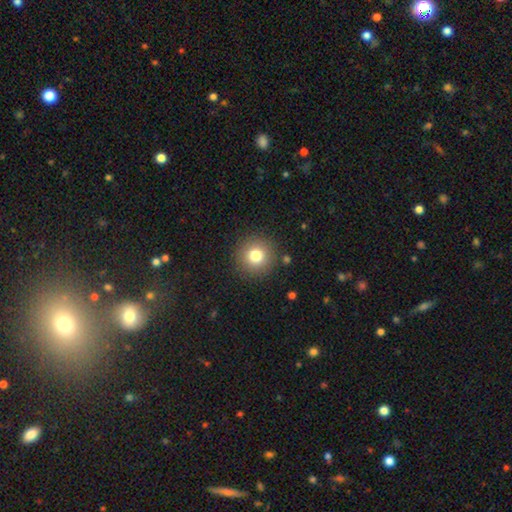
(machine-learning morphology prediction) smooth-or-featured: smooth: 79% | star or artifact: 12% | featured or disk: 9%
  how-rounded: round: 95% | in between: 4% | cigar-shaped: 1%
  merging: none: 89% | minor disturbance: 6% | major disturbance: 3% | merger: 2%